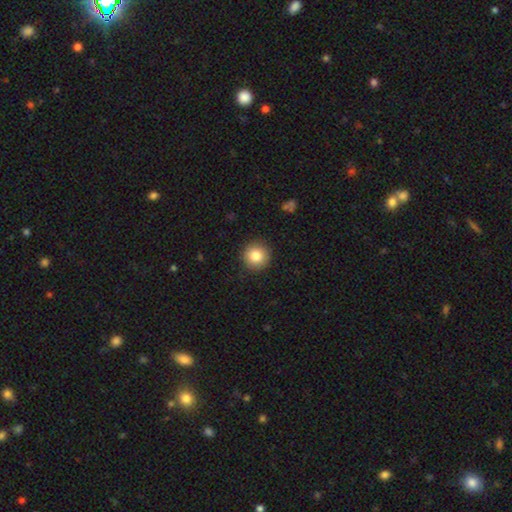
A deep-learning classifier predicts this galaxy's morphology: Smooth or featured? Predicted: smooth (p=0.84). How rounded? Predicted: round (p=0.95). Merging? Predicted: none (p=0.92).